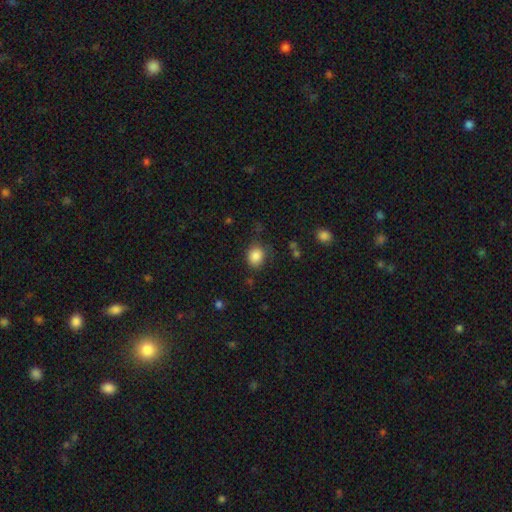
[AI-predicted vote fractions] A smooth galaxy with no disk features (86%) that is round (63%).

Vote fractions:
- Smooth or featured? smooth: 86% / star or artifact: 10% / featured or disk: 5%
- How rounded? round: 63% / in between: 36% / cigar-shaped: 1%
- Merging? none: 77% / minor disturbance: 16% / major disturbance: 5% / merger: 2%